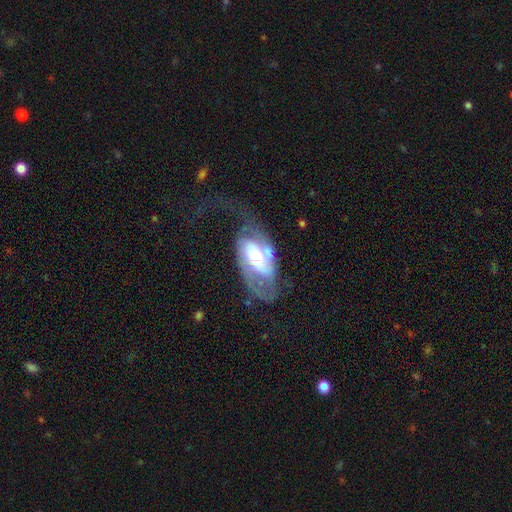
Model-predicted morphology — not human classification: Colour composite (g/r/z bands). It shows a featured or disk galaxy (78%) with no bar (43%), 2 (68%) medium (42%) spiral arms (89%) and a moderate central bulge (51%). Merging: major disturbance (41%).